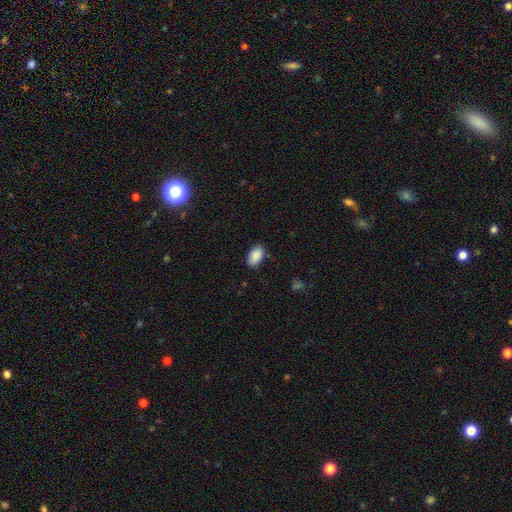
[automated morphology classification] Smooth or featured: smooth — 89% (star or artifact — 7%)
How rounded: in between — 93% (round — 6%)
Merging: none — 83% (minor disturbance — 13%)